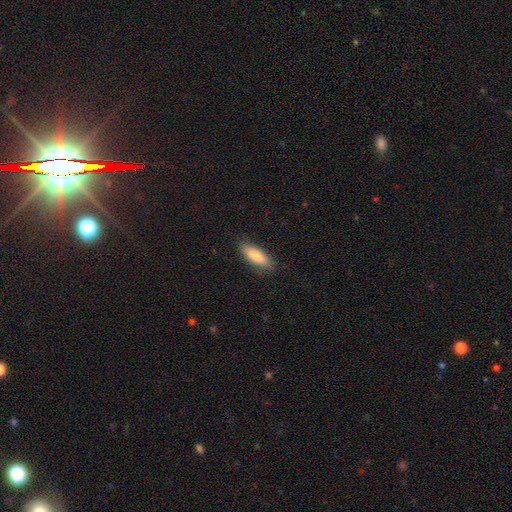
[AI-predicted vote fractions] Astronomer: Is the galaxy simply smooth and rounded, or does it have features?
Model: smooth — 82%.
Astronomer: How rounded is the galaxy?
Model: in between — 61% (runner-up: cigar-shaped, 37%).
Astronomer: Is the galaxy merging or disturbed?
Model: none — 86%.